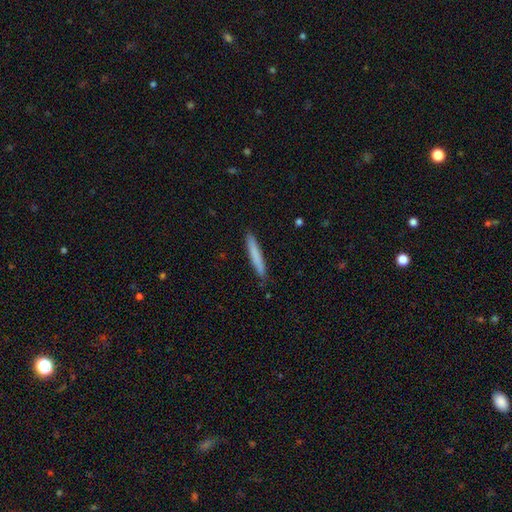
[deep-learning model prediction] Smooth or featured: smooth — 76% (featured or disk — 18%)
How rounded: cigar-shaped — 96% (in between — 3%)
Merging: none — 89% (minor disturbance — 8%)